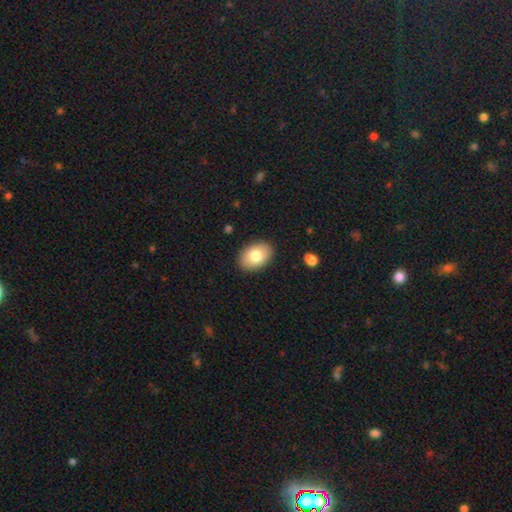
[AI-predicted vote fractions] Smooth or featured: smooth — 80% (featured or disk — 13%)
How rounded: in between — 85% (round — 14%)
Merging: none — 89% (minor disturbance — 8%)